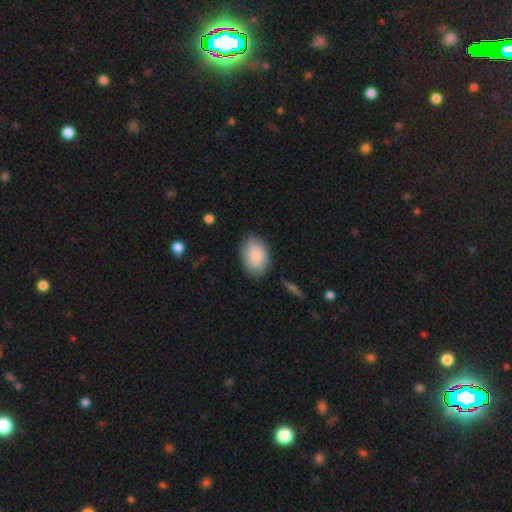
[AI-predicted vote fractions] Q: Smooth or featured?
A: smooth (82%); runner-up: featured or disk (11%)
Q: How rounded?
A: in between (82%); runner-up: round (16%)
Q: Merging?
A: none (76%); runner-up: minor disturbance (18%)